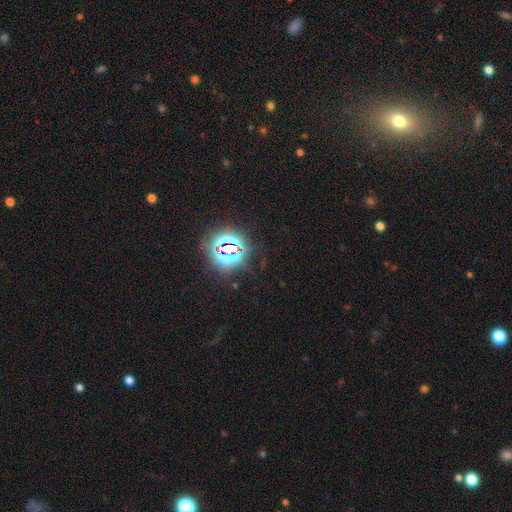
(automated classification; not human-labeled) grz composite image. It shows a star or artifact, not a galaxy (81%).